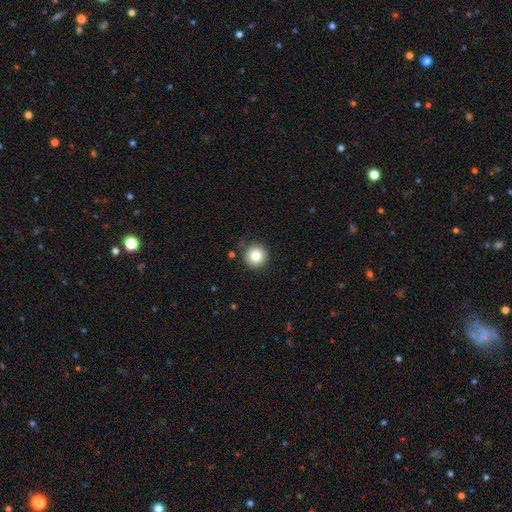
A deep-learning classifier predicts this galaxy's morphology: Smooth or featured: smooth — 81% (star or artifact — 11%)
How rounded: round — 96% (in between — 3%)
Merging: none — 87% (minor disturbance — 9%)